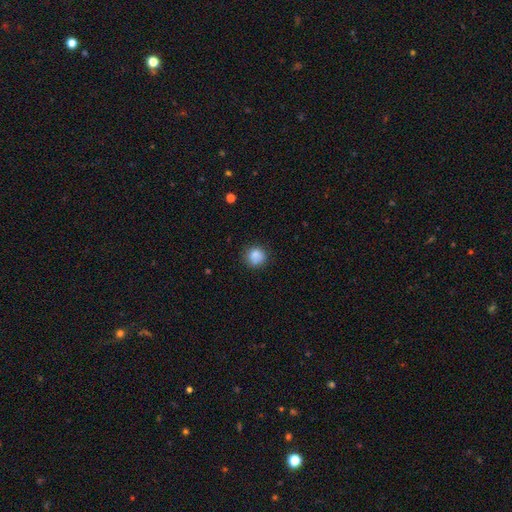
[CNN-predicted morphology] This appears to be a smooth galaxy with no disk features (83%) that is round (87%). Merging: none (72%).